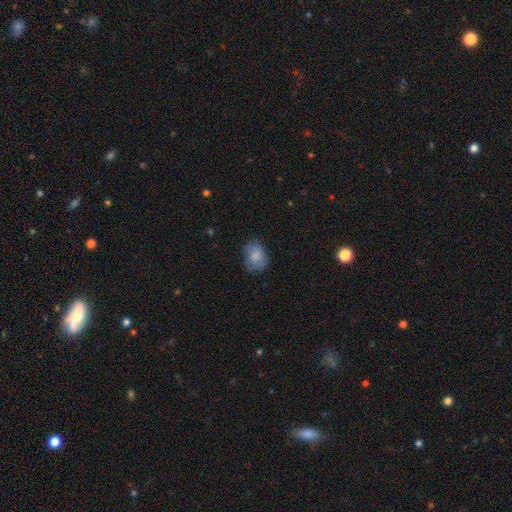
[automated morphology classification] Overall: smooth (78%). How rounded: in between (61%; round 38%). Merging: none (67%).